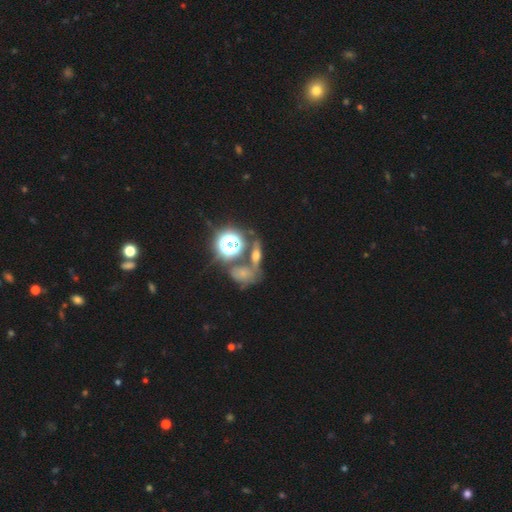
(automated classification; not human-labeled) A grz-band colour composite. It shows a smooth galaxy with no disk features (42%). Merging: none (57%).